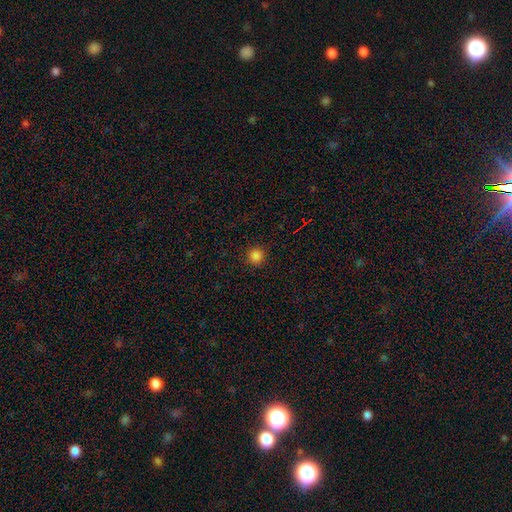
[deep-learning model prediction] Smooth or featured?
  - smooth: 83% *
  - star or artifact: 13%
  - featured or disk: 3%
How rounded?
  - round: 94% *
  - in between: 5%
  - cigar-shaped: 1%
Merging?
  - none: 91% *
  - minor disturbance: 6%
  - major disturbance: 2%
  - merger: 1%